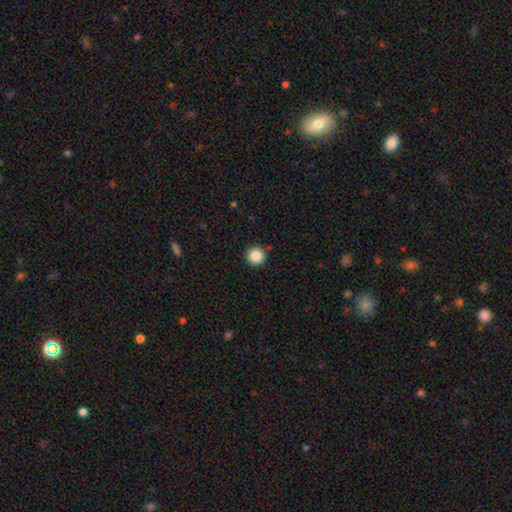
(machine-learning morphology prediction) This appears to be a smooth galaxy with no disk features (87%) that is round (96%). Merging: none (91%).